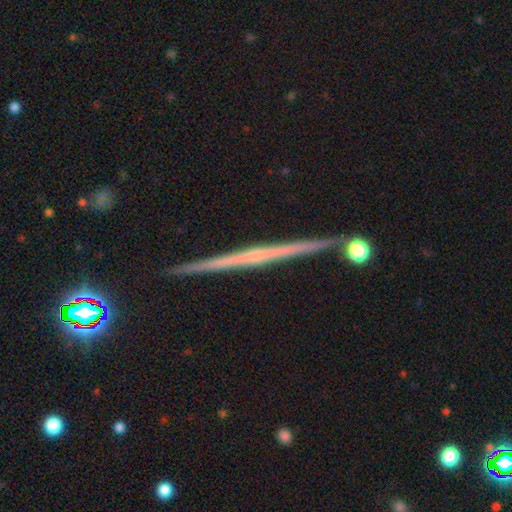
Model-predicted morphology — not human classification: featured or disk 74%, smooth 17%, star or artifact 9%. Down the decision tree: edge-on disk — yes (98%); edge-on bulge — none (68%); merging — none (91%).